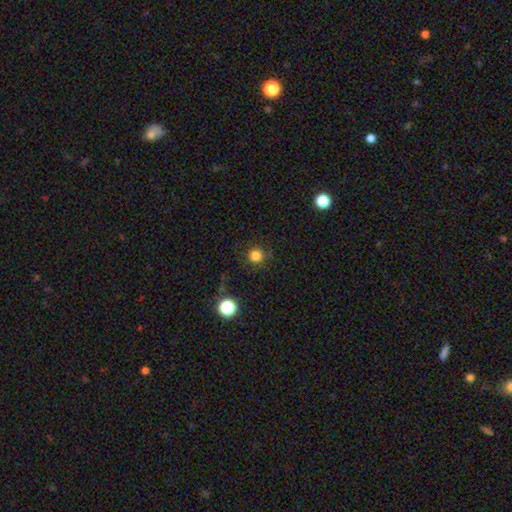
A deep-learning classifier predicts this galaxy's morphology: Smooth or featured? Predicted: smooth (p=0.82). How rounded? Predicted: round (p=0.96). Merging? Predicted: none (p=0.88).